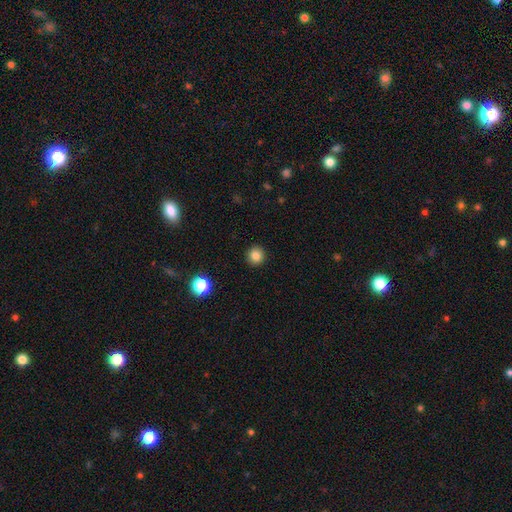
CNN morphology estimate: A smooth galaxy with no disk features (83%) that is round (95%). Merging: none (93%).